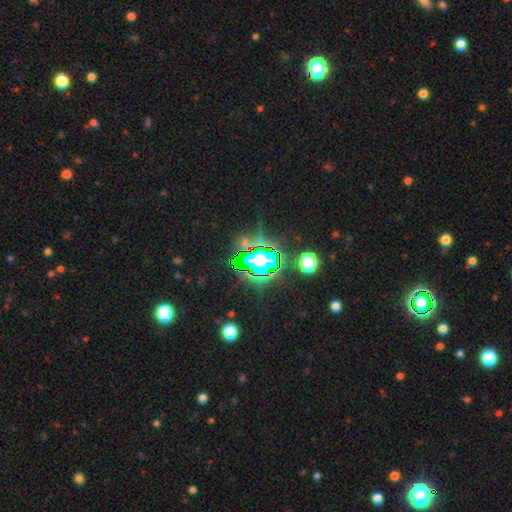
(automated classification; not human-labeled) Smooth or featured?
  - star or artifact: 77% *
  - smooth: 14%
  - featured or disk: 9%